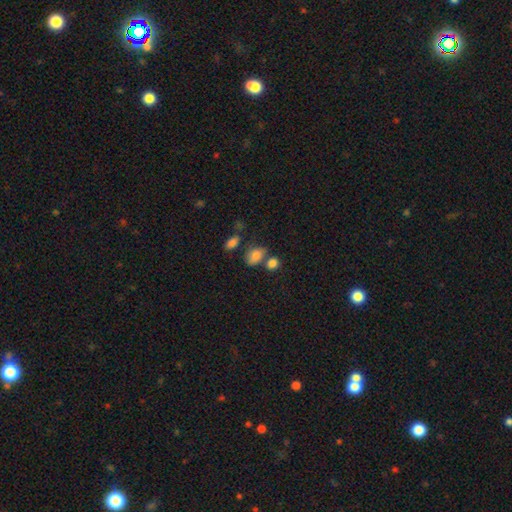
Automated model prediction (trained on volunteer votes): This appears to be a smooth galaxy with no disk features (80%) that is in between round and cigar-shaped (75%). Merging: none (50%).